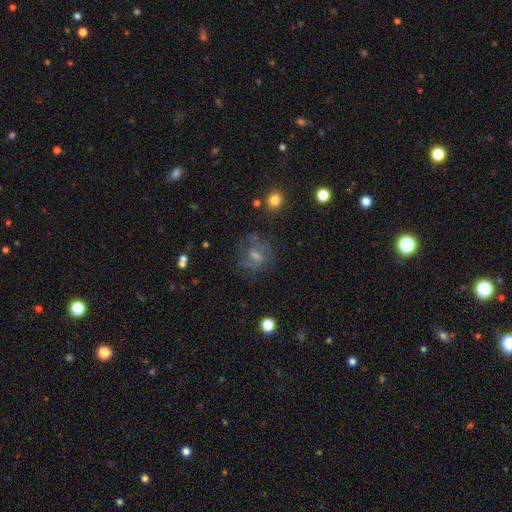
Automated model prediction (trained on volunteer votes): Smooth or featured?
  - featured or disk: 50% *
  - smooth: 28%
  - star or artifact: 22%
Edge-on disk?
  - no: 95% *
  - yes: 5%
Merging?
  - none: 69% *
  - minor disturbance: 16%
  - major disturbance: 12%
  - merger: 3%